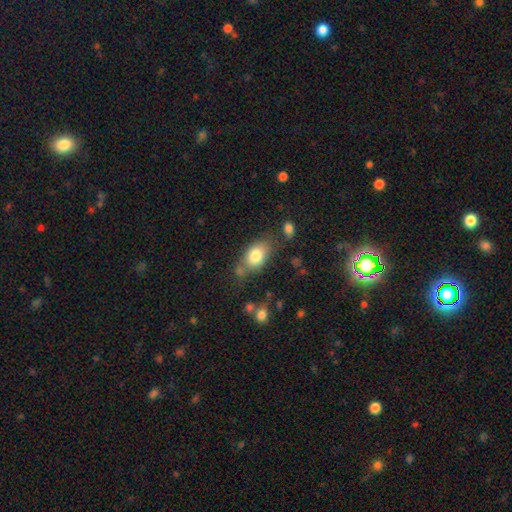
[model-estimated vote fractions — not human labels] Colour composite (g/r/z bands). It shows a smooth galaxy with no disk features (80%) that is in between round and cigar-shaped (82%). Merging: none (62%).